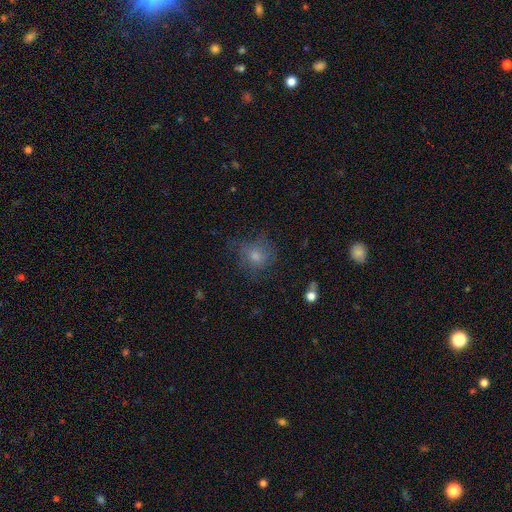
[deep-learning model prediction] Smooth or featured: smooth — 51% (featured or disk — 28%)
How rounded: round — 82% (in between — 17%)
Merging: none — 65% (minor disturbance — 20%)